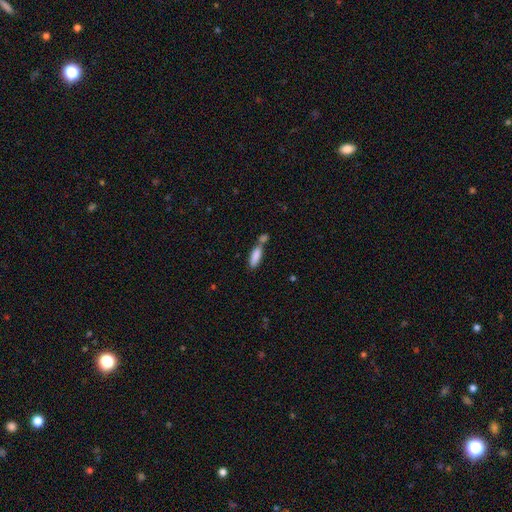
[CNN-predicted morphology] Overall: smooth (85%). How rounded: in between (60%; cigar-shaped 38%). Merging: none (42%; merger 41%).